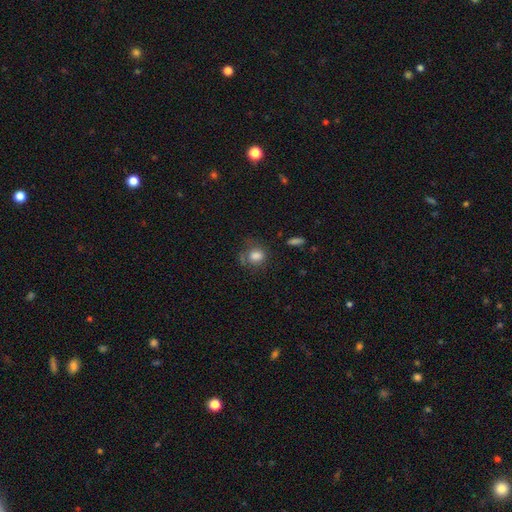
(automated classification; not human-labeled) Morphology: type=smooth (78%); roundness=round (57%); merging=none (57%).